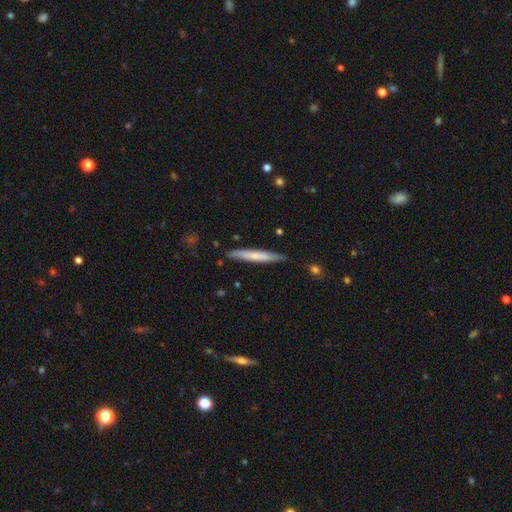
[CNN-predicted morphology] type=smooth (64%); roundness=cigar-shaped (95%); merging=none (87%).